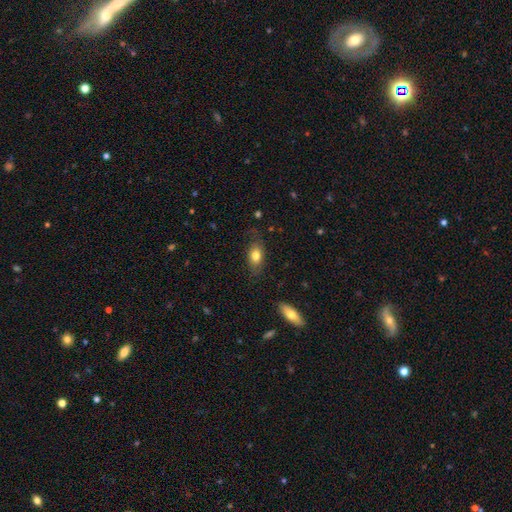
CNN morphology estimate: This is likely a smooth galaxy (76%). How rounded: clearly in between (85%). Merging: likely none (70%).